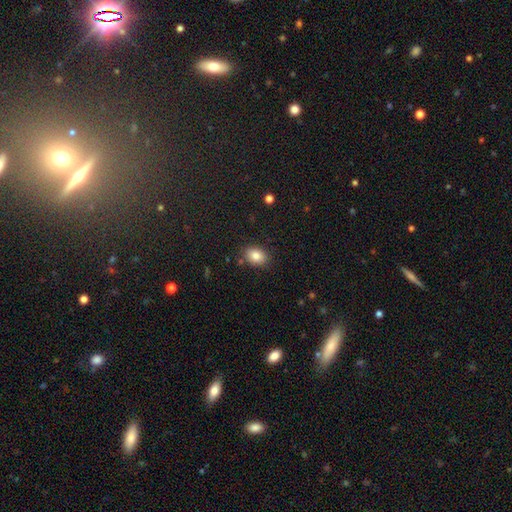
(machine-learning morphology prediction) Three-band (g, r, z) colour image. It shows a smooth galaxy with no disk features (84%) that is in between round and cigar-shaped (73%). Merging: none (85%).